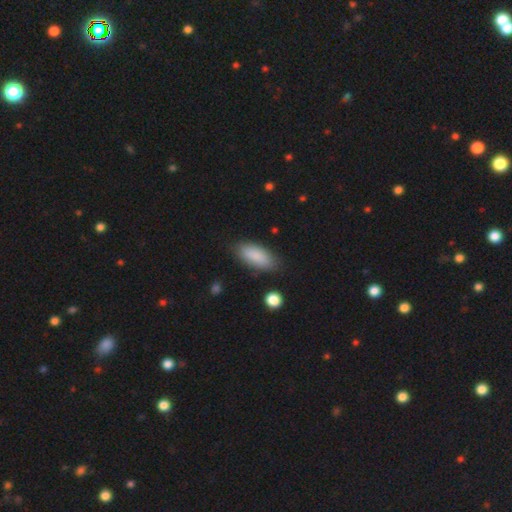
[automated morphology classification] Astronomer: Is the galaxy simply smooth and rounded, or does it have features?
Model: smooth — 86%.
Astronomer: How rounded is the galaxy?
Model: in between — 81%.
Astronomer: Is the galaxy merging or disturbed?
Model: none — 82%.